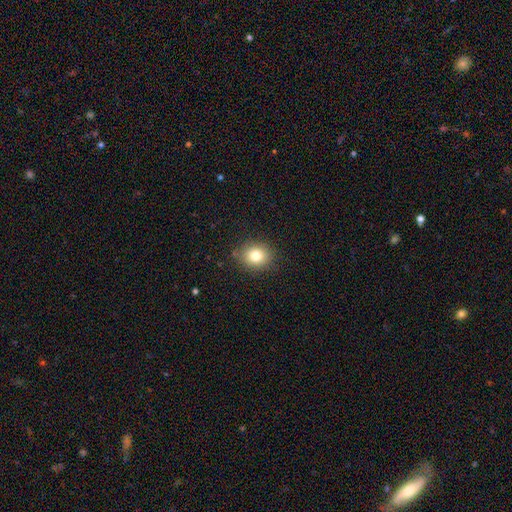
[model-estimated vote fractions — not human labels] Smooth or featured: smooth — 81% (star or artifact — 11%)
How rounded: round — 71% (in between — 29%)
Merging: none — 87% (minor disturbance — 9%)